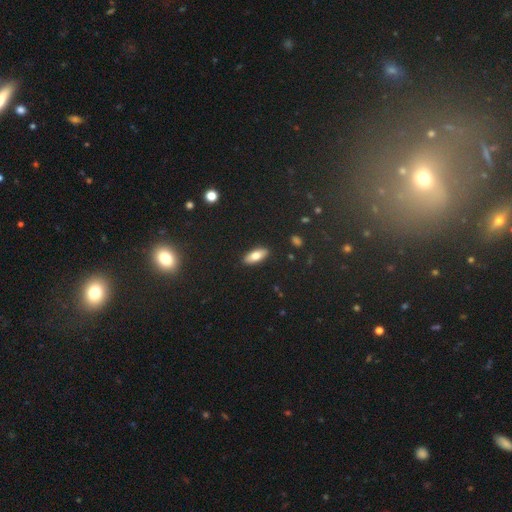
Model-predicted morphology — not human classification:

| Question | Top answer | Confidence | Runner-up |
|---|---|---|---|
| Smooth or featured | smooth | 77% | featured or disk (15%) |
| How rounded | in between | 78% | cigar-shaped (19%) |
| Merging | none | 89% | minor disturbance (8%) |